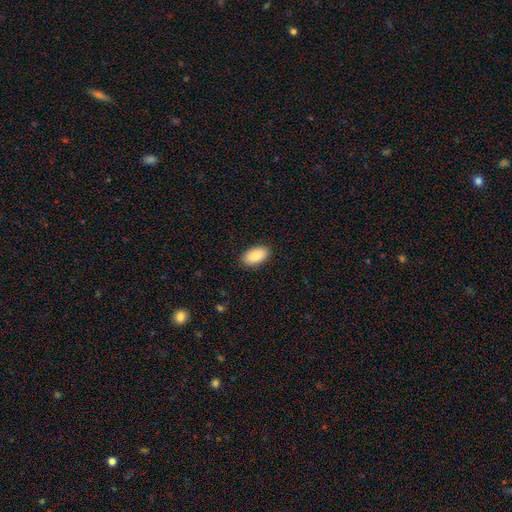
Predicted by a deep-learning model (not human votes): smooth-or-featured: smooth: 88% | star or artifact: 6% | featured or disk: 6%
  how-rounded: in between: 95% | round: 4% | cigar-shaped: 2%
  merging: none: 89% | minor disturbance: 9% | major disturbance: 2% | merger: 1%